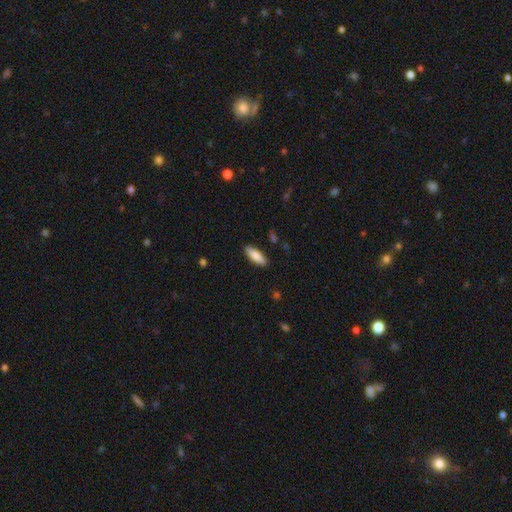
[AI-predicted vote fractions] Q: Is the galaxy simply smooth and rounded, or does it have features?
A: smooth — 82%.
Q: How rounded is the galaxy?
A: in between — 55%.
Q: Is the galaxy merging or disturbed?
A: none — 88%.